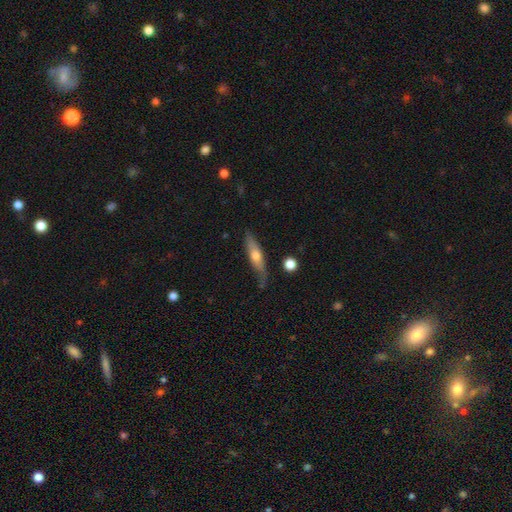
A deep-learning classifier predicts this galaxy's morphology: Q: Smooth or featured?
A: smooth (49%); runner-up: featured or disk (46%)
Q: Merging?
A: none (66%); runner-up: minor disturbance (24%)